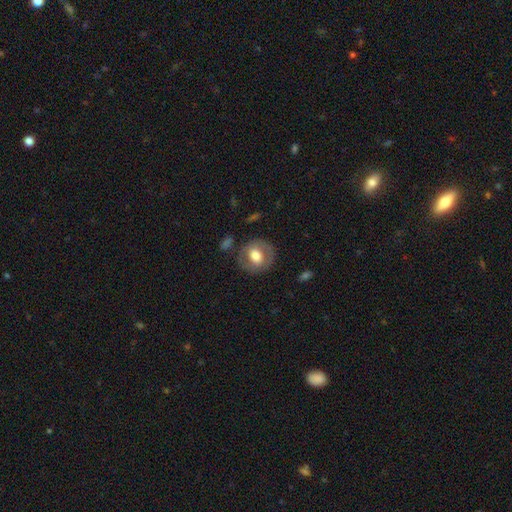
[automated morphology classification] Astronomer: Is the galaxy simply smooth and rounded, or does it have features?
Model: smooth — 54% (runner-up: featured or disk, 39%).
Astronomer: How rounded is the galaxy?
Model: round — 75%.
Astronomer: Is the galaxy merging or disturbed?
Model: none — 79%.